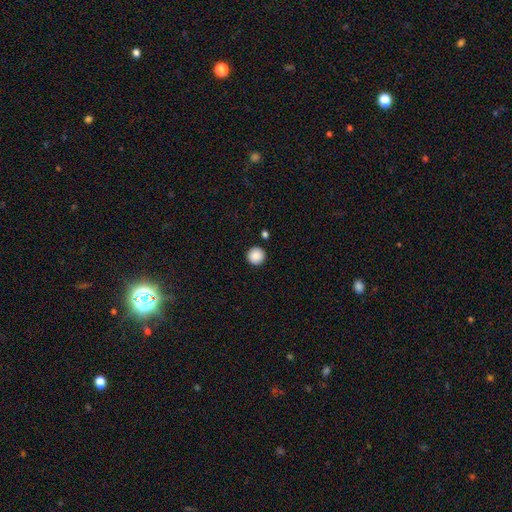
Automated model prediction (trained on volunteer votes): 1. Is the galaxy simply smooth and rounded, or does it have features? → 88% smooth, 9% star or artifact, 3% featured or disk.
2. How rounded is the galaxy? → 96% round, 3% in between, 1% cigar-shaped.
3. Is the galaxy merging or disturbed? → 92% none, 5% minor disturbance, 2% merger, 2% major disturbance.